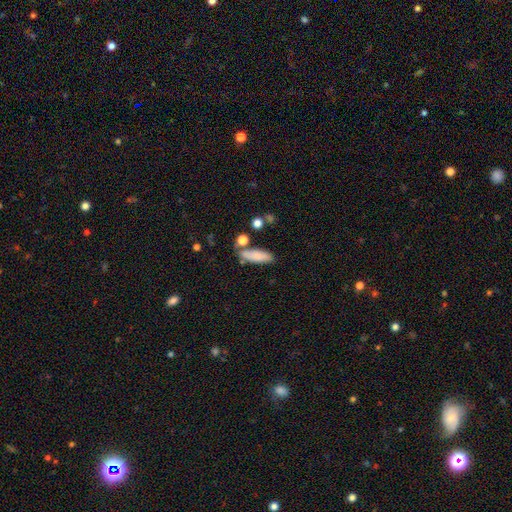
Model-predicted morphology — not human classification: Smooth or featured: smooth — 82% (featured or disk — 11%)
How rounded: in between — 54% (cigar-shaped — 43%)
Merging: none — 67% (minor disturbance — 16%)